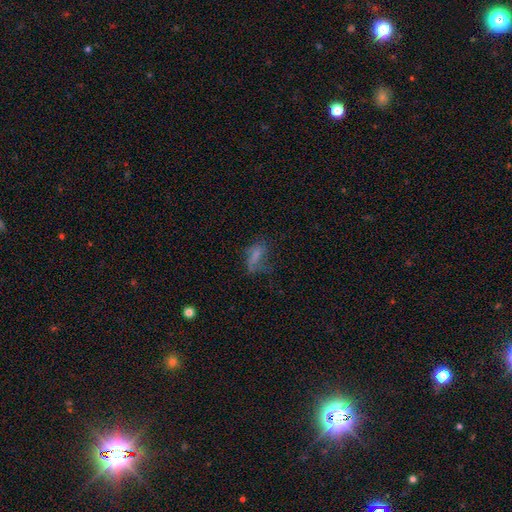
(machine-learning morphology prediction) Smooth or featured? Predicted: smooth (p=0.55). How rounded? Predicted: in between (p=0.81). Merging? Predicted: none (p=0.38).